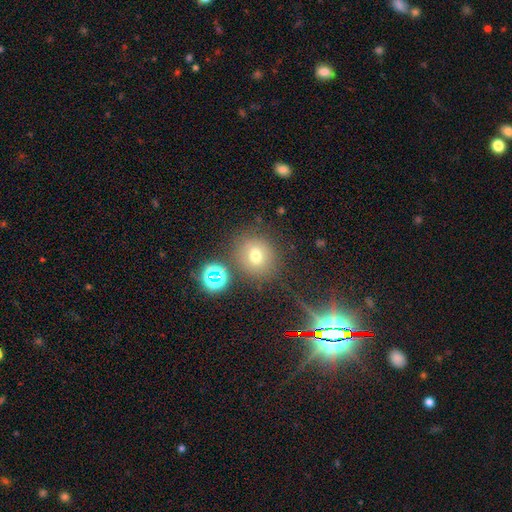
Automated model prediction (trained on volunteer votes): Q: Smooth or featured?
A: smooth (67%); runner-up: star or artifact (19%)
Q: How rounded?
A: round (84%); runner-up: in between (15%)
Q: Merging?
A: none (76%); runner-up: minor disturbance (11%)